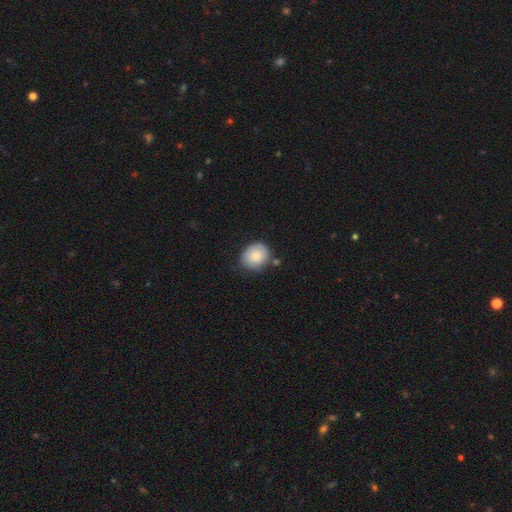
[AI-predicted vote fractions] smooth-or-featured: smooth: 83% | featured or disk: 10% | star or artifact: 7%
  how-rounded: round: 67% | in between: 32% | cigar-shaped: 1%
  merging: none: 70% | minor disturbance: 21% | merger: 5% | major disturbance: 4%